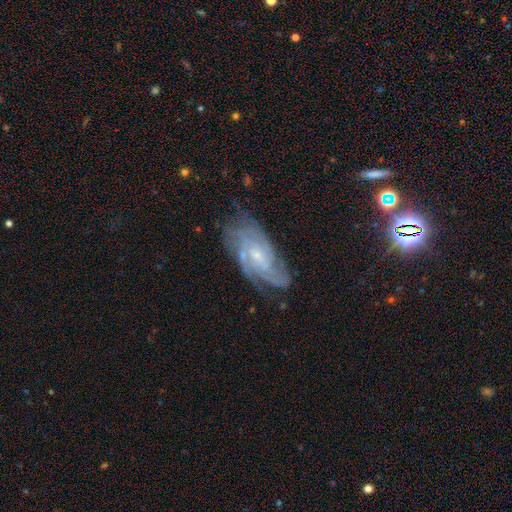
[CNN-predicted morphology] Smooth or featured?
  - featured or disk: 76% *
  - smooth: 12%
  - star or artifact: 12%
Edge-on disk?
  - no: 92% *
  - yes: 8%
Bar?
  - no: 56% *
  - weak: 36%
  - strong: 8%
Spiral arms?
  - yes: 95% *
  - no: 5%
Spiral winding?
  - tight: 57% *
  - medium: 34%
  - loose: 9%
Spiral arm count?
  - can't tell: 38% *
  - 3: 18%
  - 2: 17%
  - 4: 15%
  - more than 4: 7%
  - 1: 6%
Bulge size?
  - small: 65% *
  - moderate: 28%
  - none: 5%
  - large: 1%
  - dominant: 1%
Merging?
  - none: 73% *
  - minor disturbance: 19%
  - major disturbance: 6%
  - merger: 2%